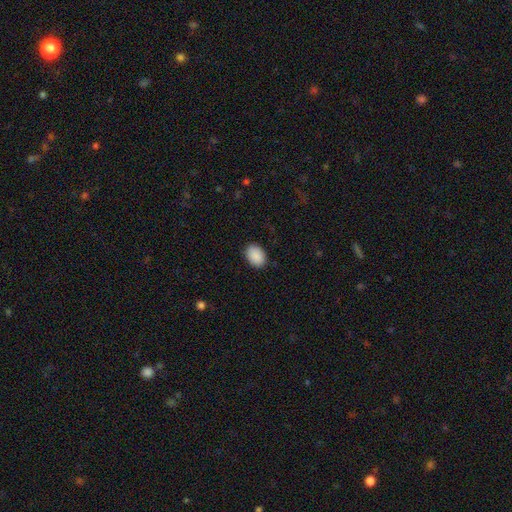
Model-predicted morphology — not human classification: Smooth or featured? smooth (91%)
How rounded? in between (79%)
Merging? none (87%)